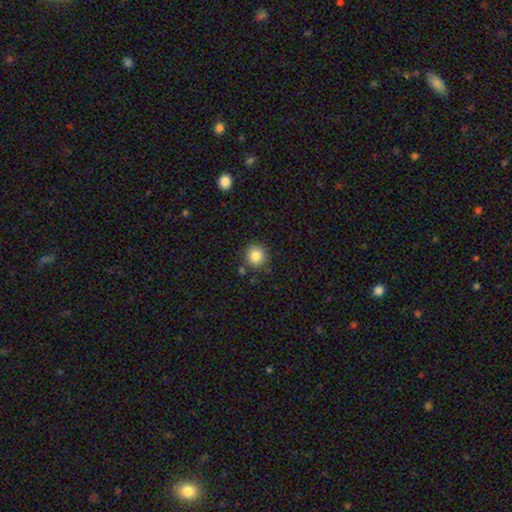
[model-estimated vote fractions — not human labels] The model was most divided on "smooth or featured": smooth: 83%, star or artifact: 11%, featured or disk: 6%. More confident: how rounded — round (92%); merging — none (85%).